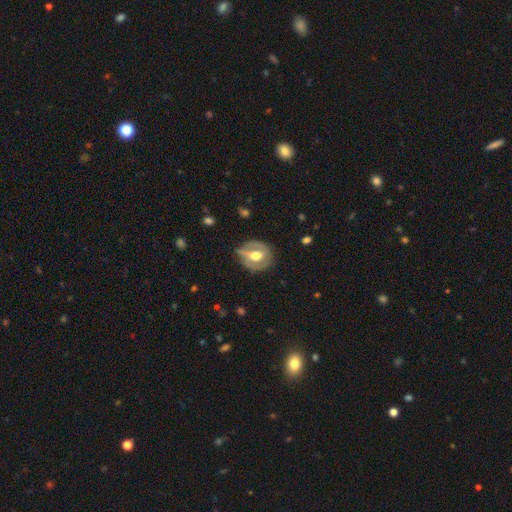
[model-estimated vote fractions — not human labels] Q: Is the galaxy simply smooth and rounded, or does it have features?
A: featured or disk — 59%.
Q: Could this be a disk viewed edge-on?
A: no — 93%.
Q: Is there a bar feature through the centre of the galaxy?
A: weak — 39%.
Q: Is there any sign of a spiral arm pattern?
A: no — 53%.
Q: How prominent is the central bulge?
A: moderate — 69%.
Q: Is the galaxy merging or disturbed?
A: none — 61%.